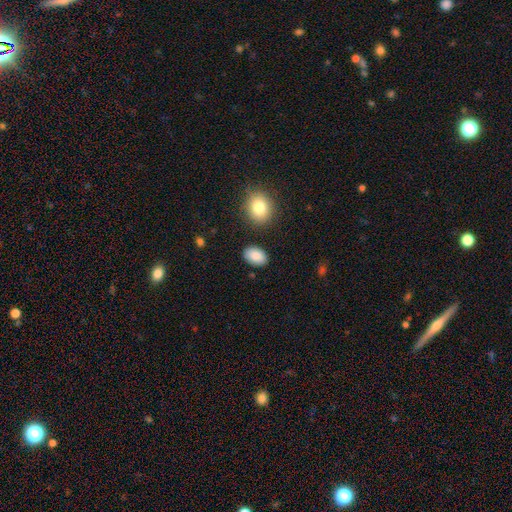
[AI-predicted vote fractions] smooth 88%, star or artifact 7%, featured or disk 5%. Down the decision tree: how rounded — in between (88%); merging — none (86%).